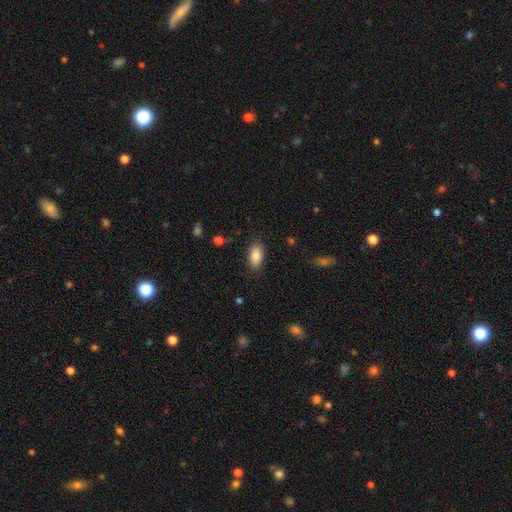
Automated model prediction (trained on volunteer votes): Q: Smooth or featured?
A: smooth (88%); runner-up: star or artifact (7%)
Q: How rounded?
A: in between (92%); runner-up: cigar-shaped (4%)
Q: Merging?
A: none (85%); runner-up: minor disturbance (11%)